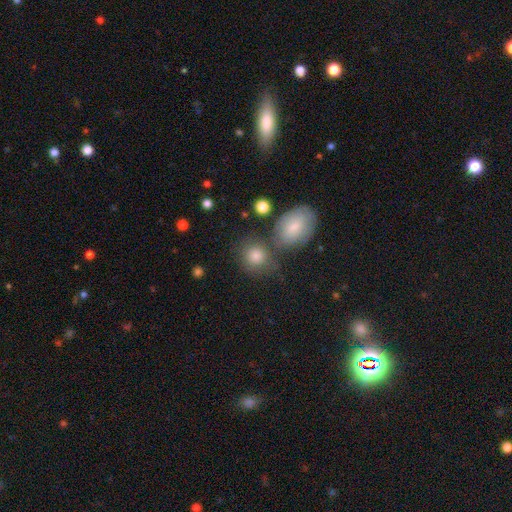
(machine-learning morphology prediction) smooth 82%, star or artifact 9%, featured or disk 9%. Down the decision tree: how rounded — round (75%); merging — none (59%).